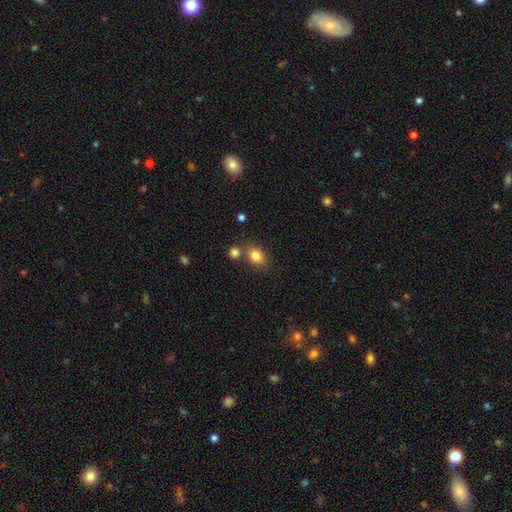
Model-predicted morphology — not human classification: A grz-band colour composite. It shows a smooth galaxy with no disk features (83%) that is in between round and cigar-shaped (64%). Merging: none (64%).